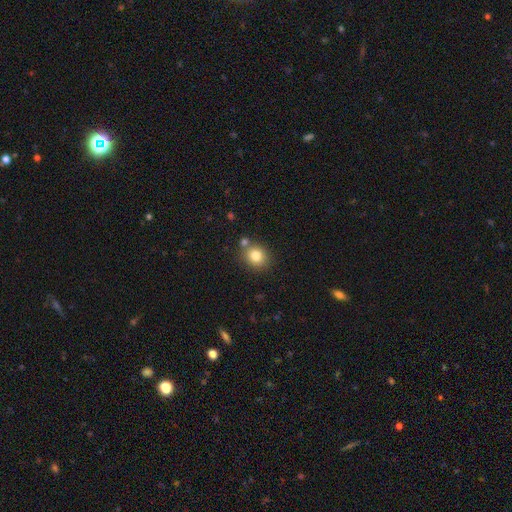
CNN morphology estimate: smooth_or_featured: smooth (p=0.81) [alt: star or artifact p=0.11]
how_rounded: round (p=0.75) [alt: in between p=0.24]
merging: none (p=0.74) [alt: merger p=0.13]